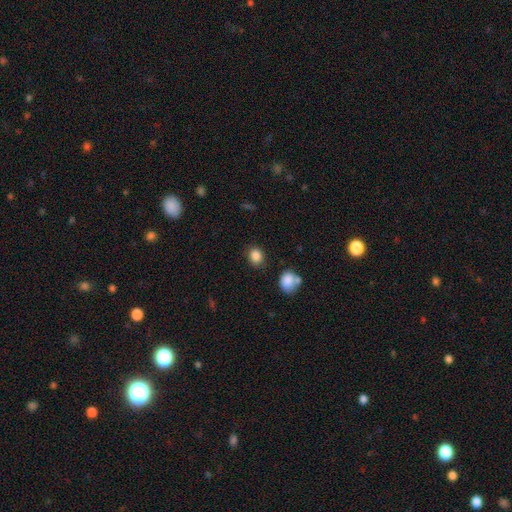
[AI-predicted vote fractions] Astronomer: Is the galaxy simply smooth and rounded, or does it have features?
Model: smooth — 86%.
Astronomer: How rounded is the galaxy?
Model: round — 60% (runner-up: in between, 39%).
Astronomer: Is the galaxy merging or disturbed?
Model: none — 82%.